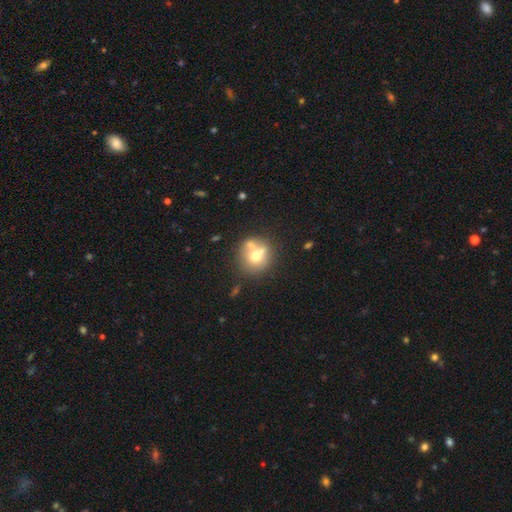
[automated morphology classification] Smooth or featured?
  - smooth: 63% *
  - featured or disk: 26%
  - star or artifact: 11%
How rounded?
  - round: 86% *
  - in between: 13%
  - cigar-shaped: 1%
Merging?
  - none: 48% *
  - merger: 37%
  - minor disturbance: 11%
  - major disturbance: 4%